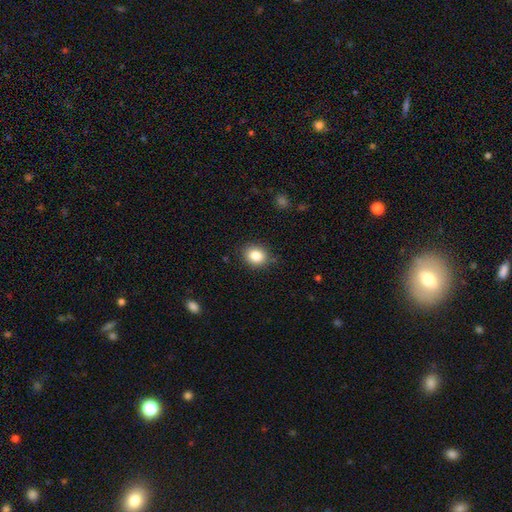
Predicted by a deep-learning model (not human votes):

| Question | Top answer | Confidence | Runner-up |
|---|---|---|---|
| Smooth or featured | smooth | 85% | star or artifact (10%) |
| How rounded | round | 60% | in between (39%) |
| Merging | none | 84% | minor disturbance (11%) |